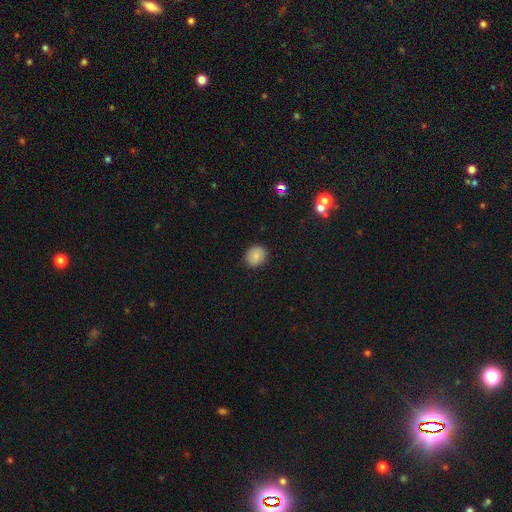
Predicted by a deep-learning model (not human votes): smooth-or-featured: smooth: 84% | star or artifact: 9% | featured or disk: 6%
  how-rounded: round: 69% | in between: 30% | cigar-shaped: 1%
  merging: none: 88% | minor disturbance: 9% | major disturbance: 2% | merger: 1%